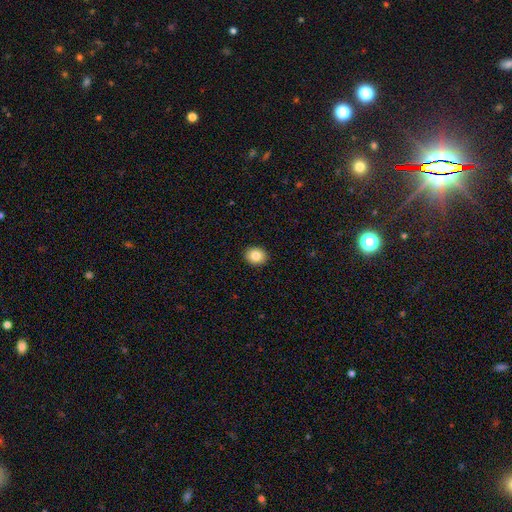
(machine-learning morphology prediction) This appears to be a smooth galaxy with no disk features (84%) that is round (59%). Merging: none (92%).